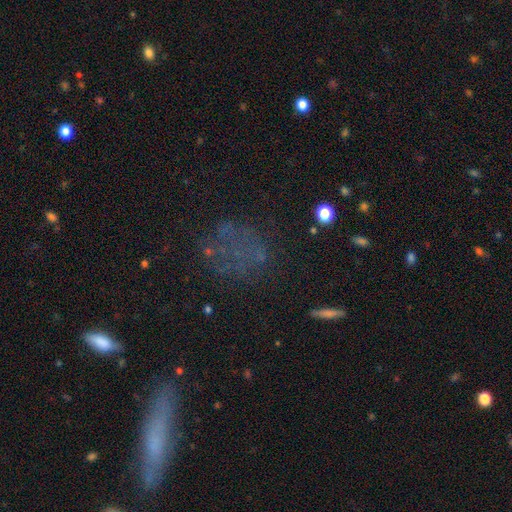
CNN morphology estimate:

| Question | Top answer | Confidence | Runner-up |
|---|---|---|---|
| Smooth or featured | featured or disk | 35% | tied: smooth (35%) |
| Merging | none | 53% | major disturbance (25%) |